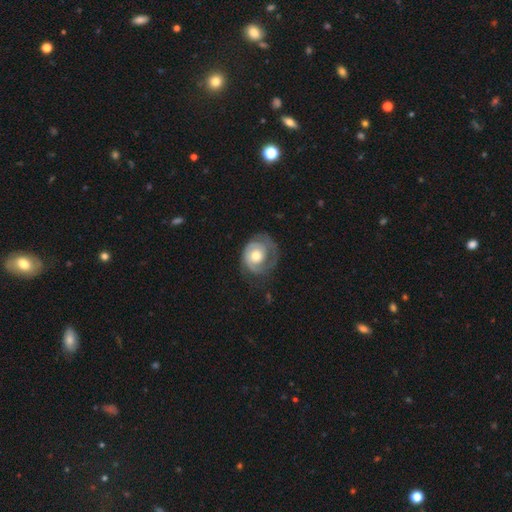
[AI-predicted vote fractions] smooth-or-featured: featured or disk: 67% | smooth: 27% | star or artifact: 5%
  disk-edge-on: no: 97% | yes: 3%
    bar: no: 80% | weak: 17% | strong: 3%
    has-spiral-arms: yes: 83% | no: 17%
      spiral-winding: tight: 61% | medium: 27% | loose: 12%
      spiral-arm-count: 2: 34% | 1: 33% | can't tell: 22% | 3: 6% | 4: 2% | more than 4: 2%
    bulge-size: moderate: 67% | large: 19% | small: 11% | dominant: 1% | none: 1%
  merging: none: 55% | minor disturbance: 24% | major disturbance: 20% | merger: 1%